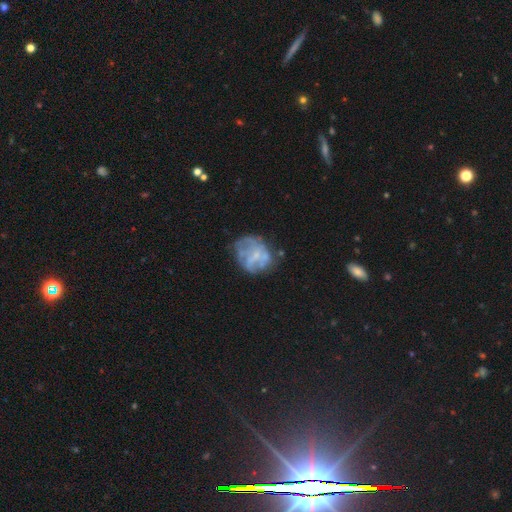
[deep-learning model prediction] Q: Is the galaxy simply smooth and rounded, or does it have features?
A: featured or disk — 63%.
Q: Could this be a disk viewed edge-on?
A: no — 98%.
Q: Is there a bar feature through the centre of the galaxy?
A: no — 65%.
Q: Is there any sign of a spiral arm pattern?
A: no — 63%.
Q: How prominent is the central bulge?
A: none — 45%.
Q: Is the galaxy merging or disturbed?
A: none — 51%.